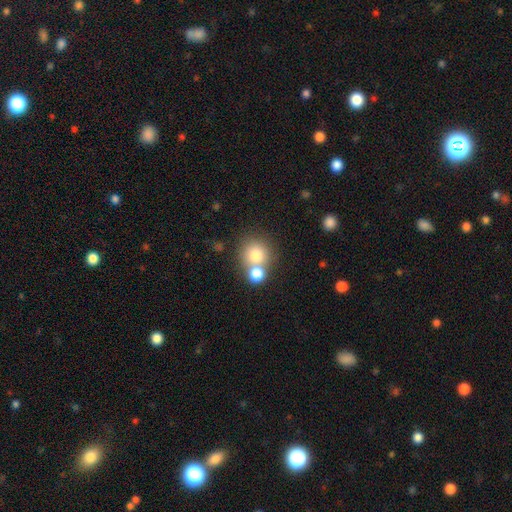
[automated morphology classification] smooth_or_featured: smooth (p=0.77) [alt: star or artifact p=0.12]
how_rounded: round (p=0.88) [alt: in between p=0.11]
merging: none (p=0.50) [alt: merger p=0.39]